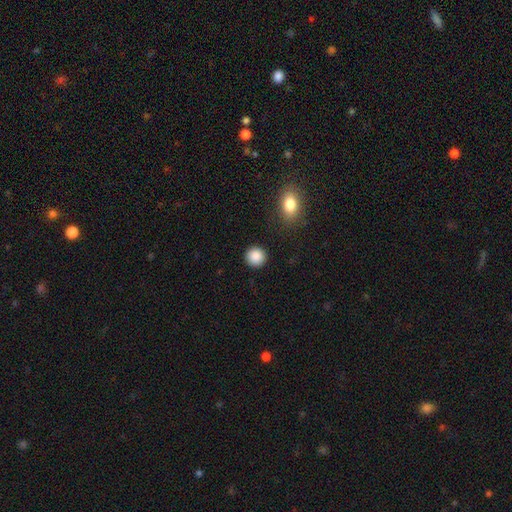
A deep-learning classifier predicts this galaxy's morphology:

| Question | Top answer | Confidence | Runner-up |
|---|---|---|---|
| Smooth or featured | smooth | 88% | star or artifact (8%) |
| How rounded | round | 92% | in between (7%) |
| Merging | none | 91% | minor disturbance (5%) |